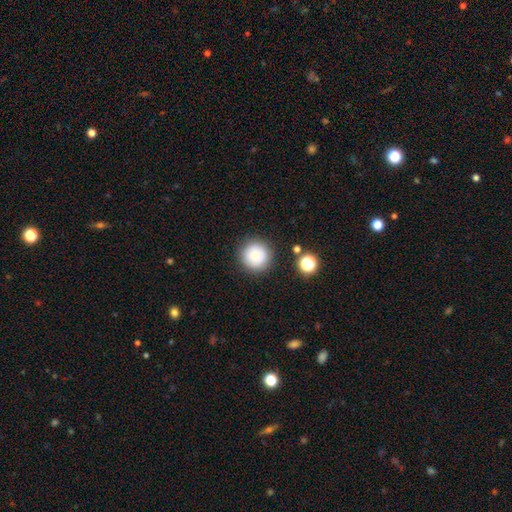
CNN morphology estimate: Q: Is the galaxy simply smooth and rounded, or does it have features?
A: smooth — 77%.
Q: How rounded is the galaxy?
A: round — 96%.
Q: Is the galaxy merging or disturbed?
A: none — 87%.